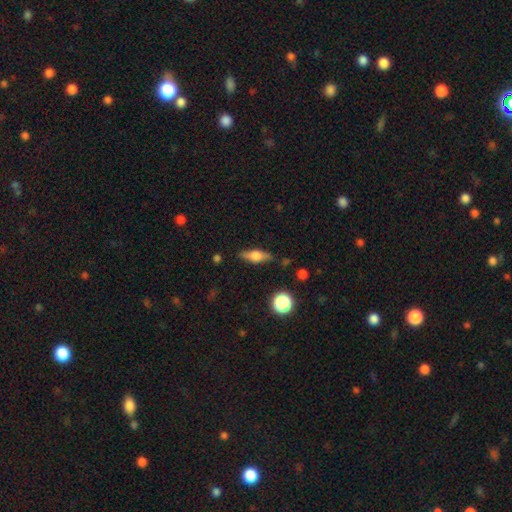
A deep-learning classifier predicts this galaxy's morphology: Smooth or featured? smooth (46%)
Merging? none (83%)